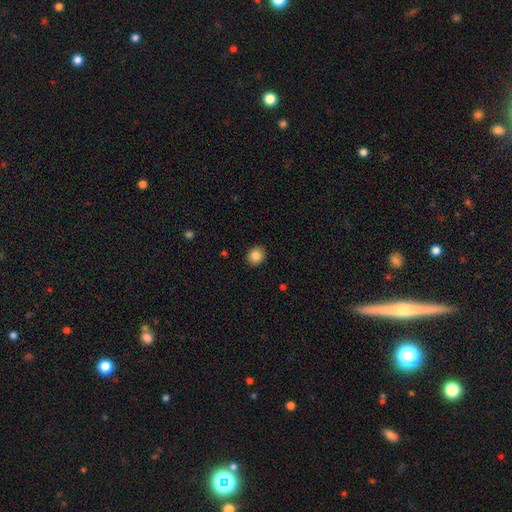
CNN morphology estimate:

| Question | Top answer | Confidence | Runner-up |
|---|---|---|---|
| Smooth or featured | smooth | 84% | star or artifact (9%) |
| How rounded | round | 66% | in between (33%) |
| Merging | none | 91% | minor disturbance (6%) |